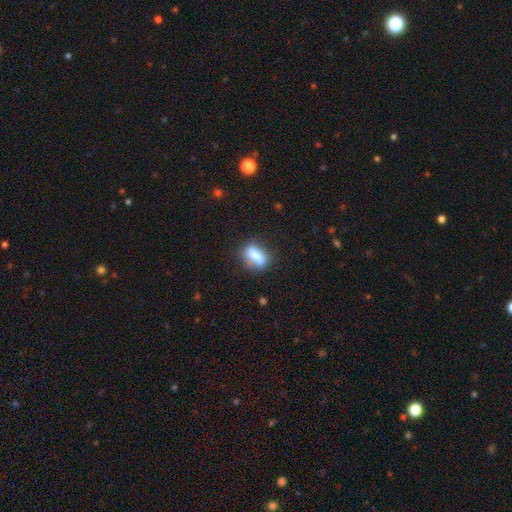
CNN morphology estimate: Smooth or featured?
  - smooth: 70% *
  - featured or disk: 21%
  - star or artifact: 9%
How rounded?
  - in between: 61% *
  - cigar-shaped: 29%
  - round: 10%
Merging?
  - none: 69% *
  - minor disturbance: 19%
  - major disturbance: 7%
  - merger: 5%